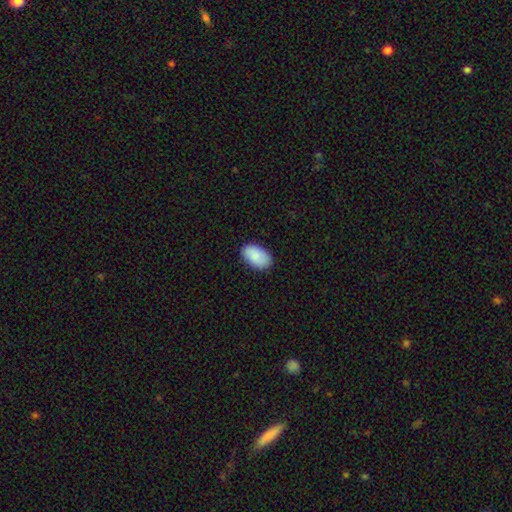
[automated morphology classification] smooth 88%, star or artifact 6%, featured or disk 6%. Down the decision tree: how rounded — in between (94%); merging — none (85%).